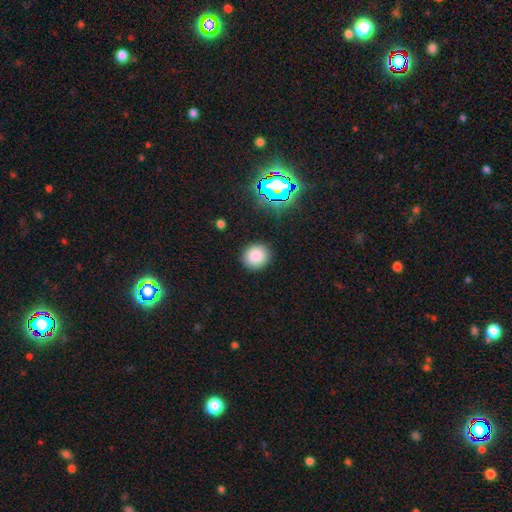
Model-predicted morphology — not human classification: Q: Smooth or featured?
A: smooth (83%); runner-up: star or artifact (13%)
Q: How rounded?
A: round (86%); runner-up: in between (13%)
Q: Merging?
A: none (90%); runner-up: minor disturbance (6%)